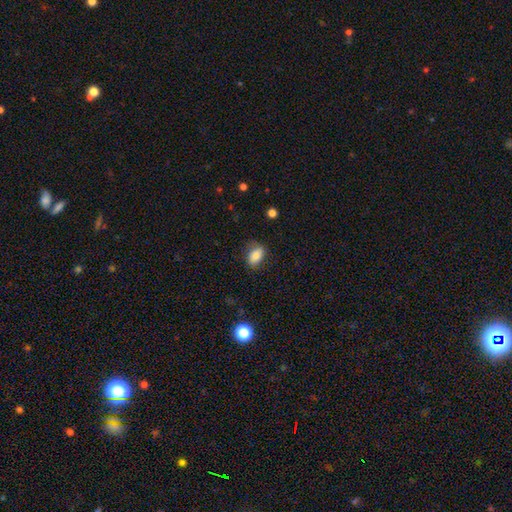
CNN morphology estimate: Smooth or featured: smooth — 81% (featured or disk — 10%)
How rounded: in between — 85% (round — 13%)
Merging: none — 73% (minor disturbance — 20%)